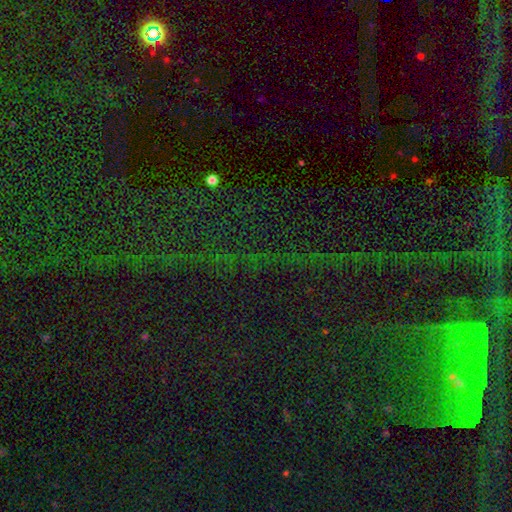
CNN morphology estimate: The model was most divided on "smooth or featured": star or artifact: 79%, smooth: 11%, featured or disk: 10%.